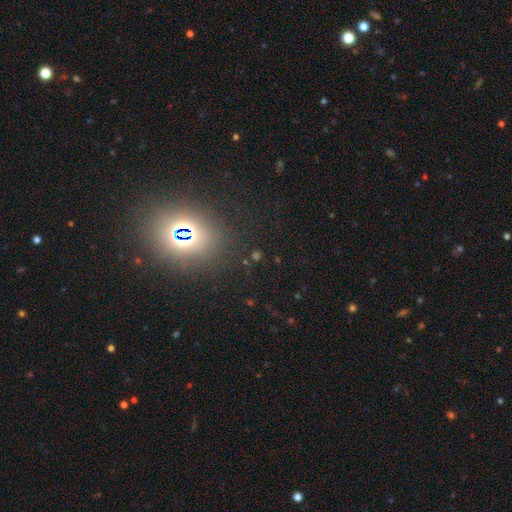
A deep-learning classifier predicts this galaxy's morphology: Q: Smooth or featured?
A: star or artifact (68%); runner-up: smooth (23%)